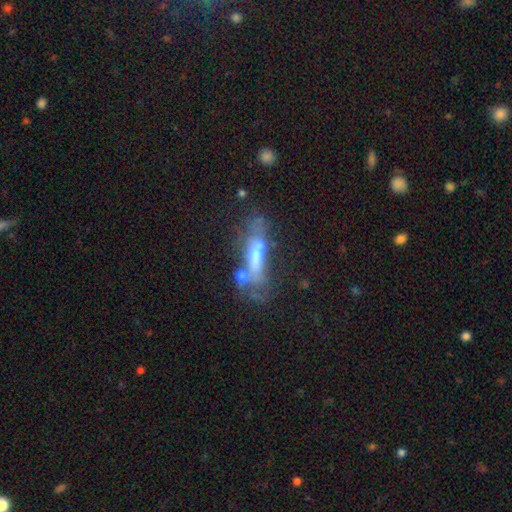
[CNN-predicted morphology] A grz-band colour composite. It shows a featured or disk galaxy (51%). Merging: none (31%).